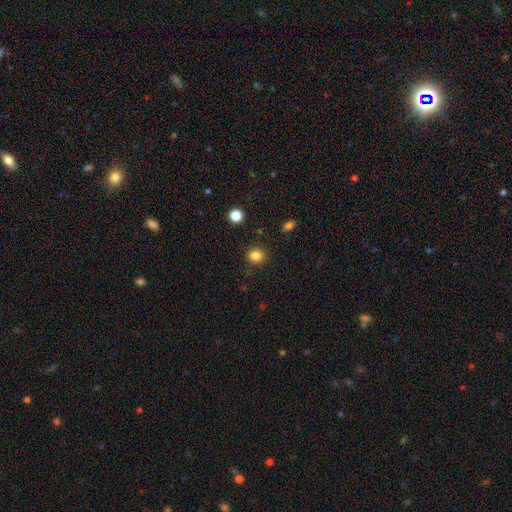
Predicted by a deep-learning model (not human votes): smooth_or_featured: smooth (p=0.84) [alt: star or artifact p=0.12]
how_rounded: round (p=0.66) [alt: in between p=0.33]
merging: none (p=0.87) [alt: minor disturbance p=0.08]